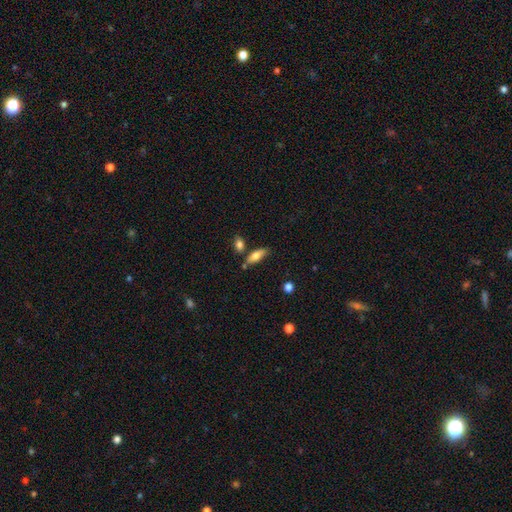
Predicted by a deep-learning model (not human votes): Smooth or featured? smooth (76%)
How rounded? in between (68%)
Merging? none (66%)